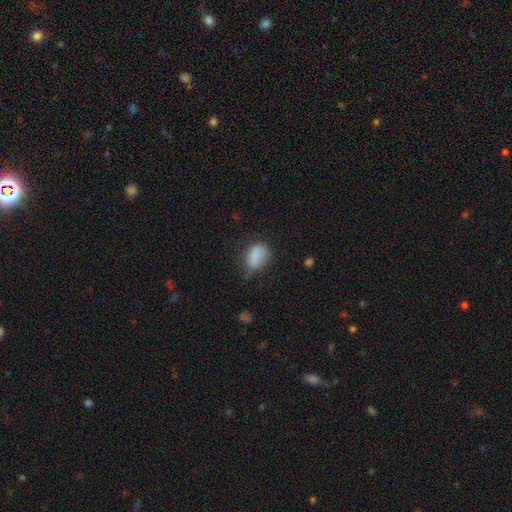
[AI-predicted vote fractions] Smooth or featured: smooth — 83% (star or artifact — 9%)
How rounded: in between — 77% (round — 21%)
Merging: none — 47% (minor disturbance — 37%)